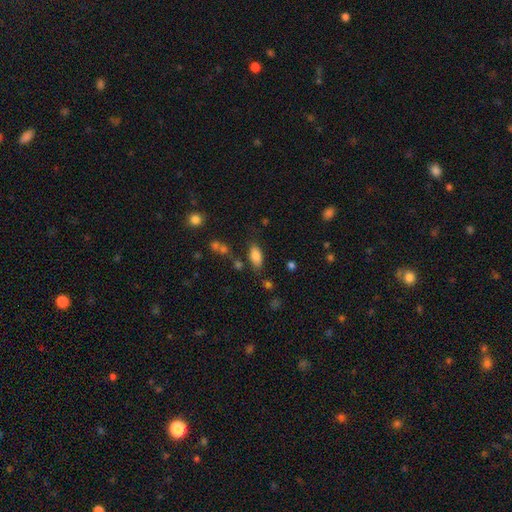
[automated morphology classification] Smooth or featured: smooth — 82% (featured or disk — 9%)
How rounded: in between — 90% (cigar-shaped — 7%)
Merging: none — 73% (minor disturbance — 16%)